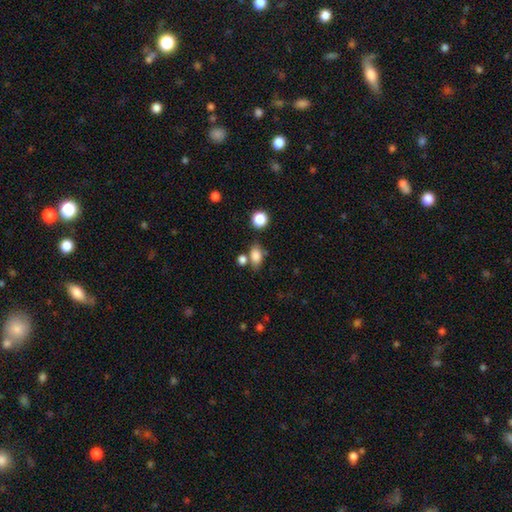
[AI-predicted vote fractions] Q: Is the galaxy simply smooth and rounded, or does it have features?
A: smooth — 83%.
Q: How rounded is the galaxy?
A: in between — 78%.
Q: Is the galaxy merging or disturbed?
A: none — 60%.